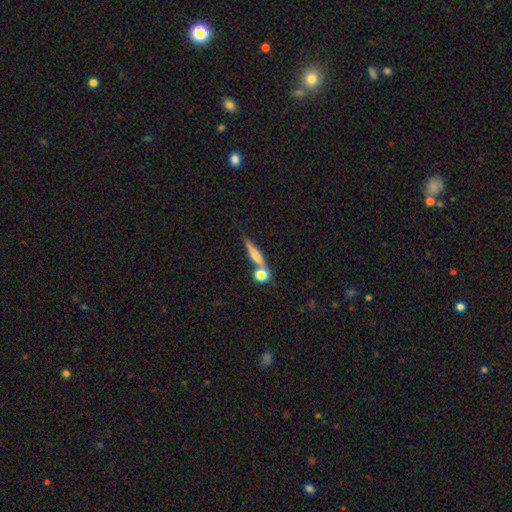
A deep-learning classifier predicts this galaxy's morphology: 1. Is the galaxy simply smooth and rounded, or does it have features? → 49% smooth, 41% featured or disk, 10% star or artifact.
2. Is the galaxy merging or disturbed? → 62% none, 23% merger, 11% minor disturbance, 4% major disturbance.